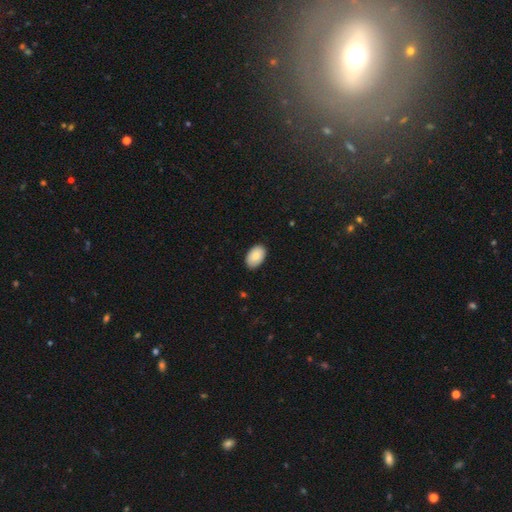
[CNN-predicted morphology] Q: Smooth or featured?
A: smooth (84%); runner-up: featured or disk (10%)
Q: How rounded?
A: in between (92%); runner-up: round (7%)
Q: Merging?
A: none (86%); runner-up: minor disturbance (11%)